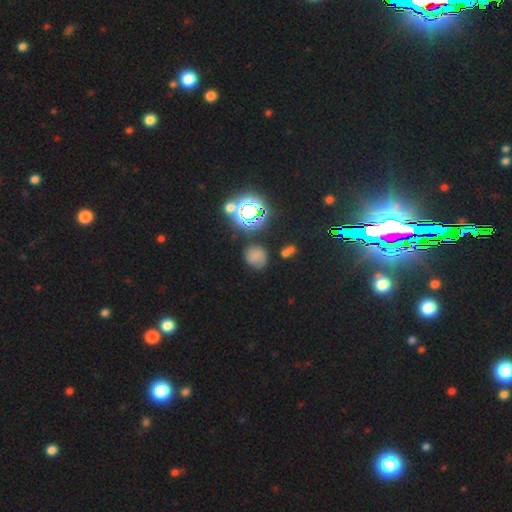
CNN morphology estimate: smooth_or_featured: smooth (p=0.57) [alt: star or artifact p=0.27]
how_rounded: round (p=0.74) [alt: in between p=0.25]
merging: none (p=0.64) [alt: minor disturbance p=0.20]